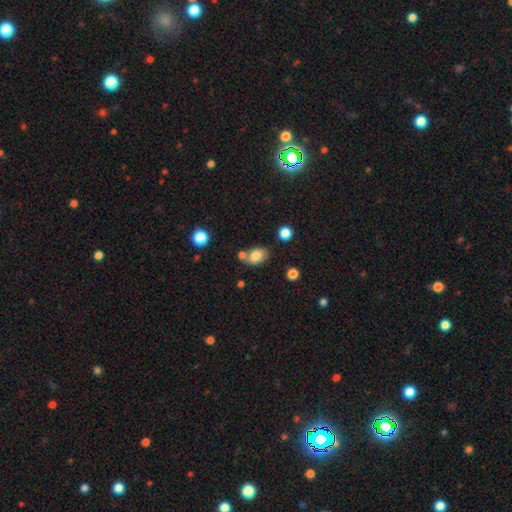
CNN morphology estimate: smooth 82%, star or artifact 10%, featured or disk 8%. Down the decision tree: how rounded — in between (76%); merging — none (61%).